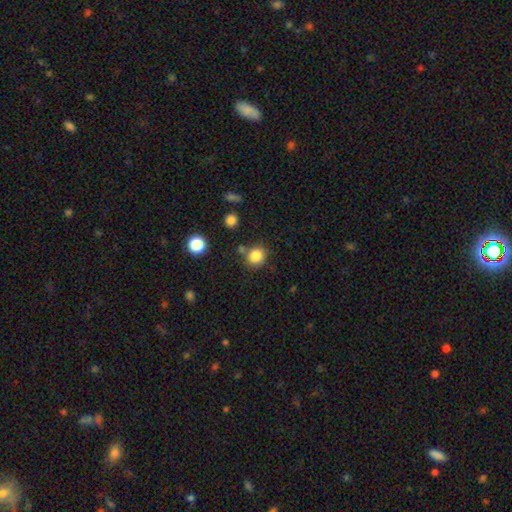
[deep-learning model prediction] smooth-or-featured: smooth: 84% | star or artifact: 11% | featured or disk: 5%
  how-rounded: round: 86% | in between: 13% | cigar-shaped: 1%
  merging: none: 76% | minor disturbance: 11% | merger: 9% | major disturbance: 3%